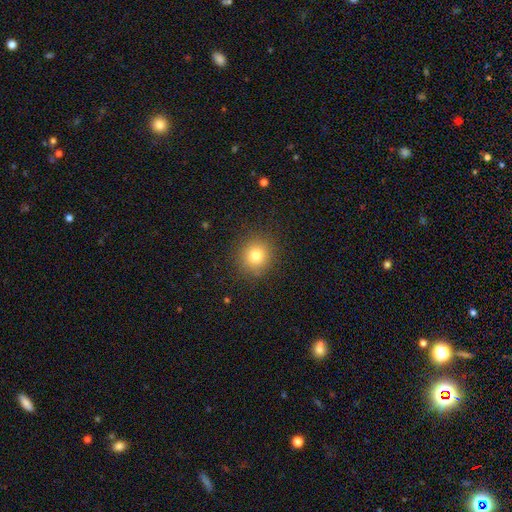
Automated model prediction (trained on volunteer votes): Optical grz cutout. It shows a smooth galaxy with no disk features (78%) that is round (90%). Merging: none (89%).